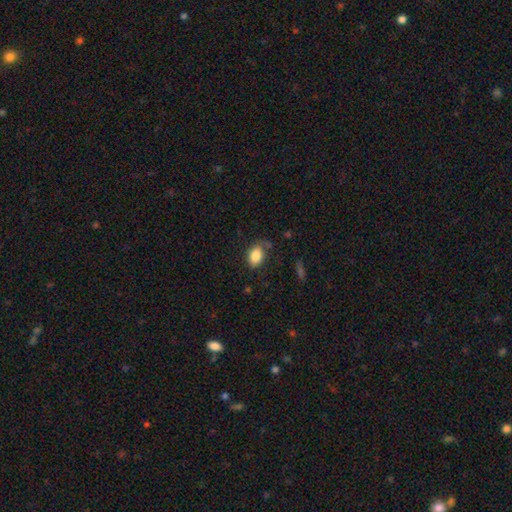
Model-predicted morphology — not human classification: Overall: smooth (84%). How rounded: in between (82%). Merging: none (68%).